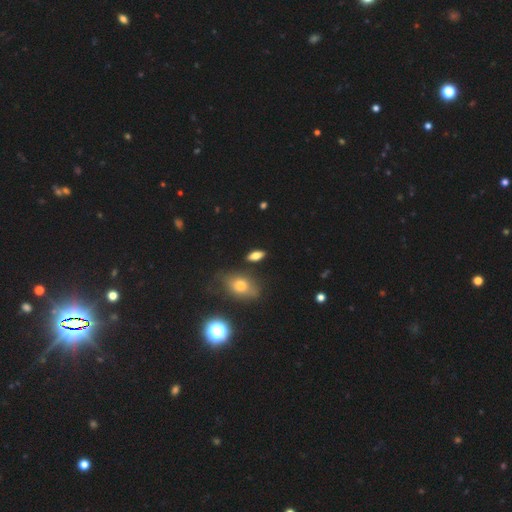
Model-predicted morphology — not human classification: Overall: smooth (71%). How rounded: in between (77%). Merging: none (84%).